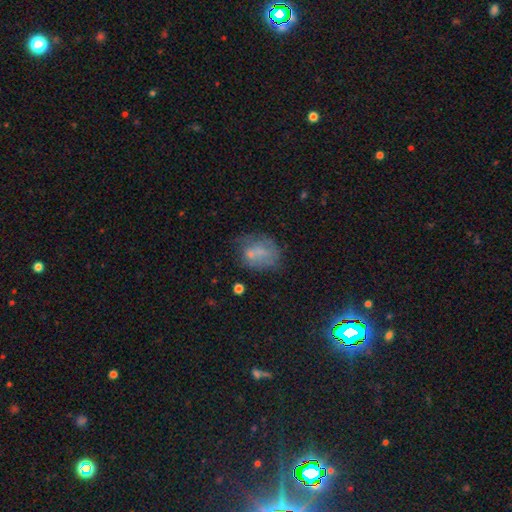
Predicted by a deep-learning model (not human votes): This is possibly a smooth galaxy (46%). Merging: possibly none (53%).